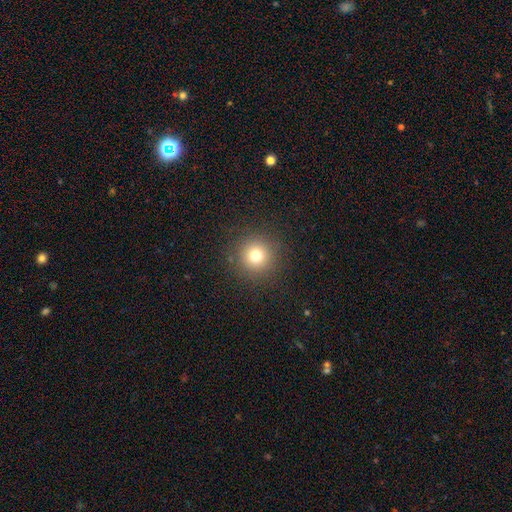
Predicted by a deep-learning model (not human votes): smooth 75%, star or artifact 16%, featured or disk 9%. Down the decision tree: how rounded — round (95%); merging — none (90%).